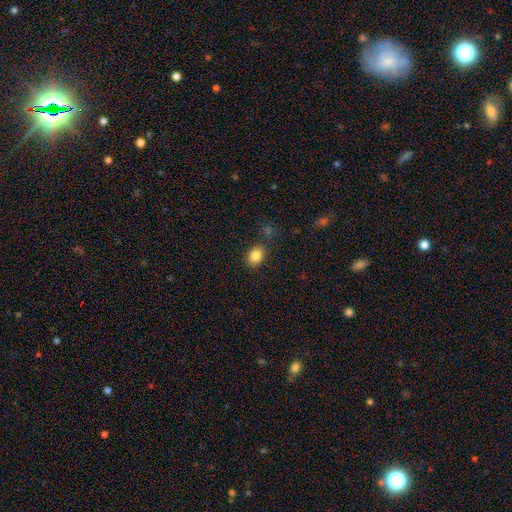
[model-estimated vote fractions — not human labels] smooth 85%, star or artifact 9%, featured or disk 6%. Down the decision tree: how rounded — in between (72%); merging — none (83%).